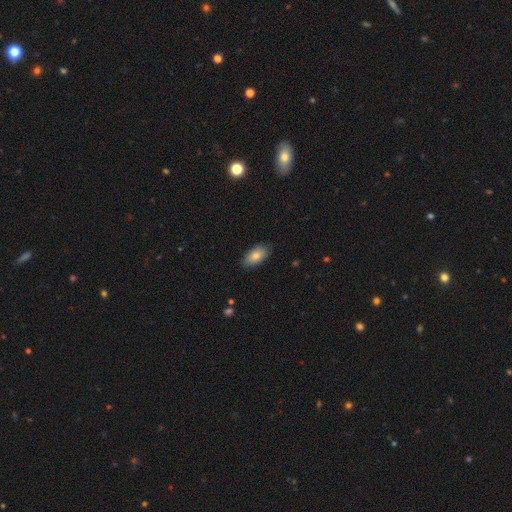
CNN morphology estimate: Smooth or featured?
  - smooth: 81% *
  - featured or disk: 12%
  - star or artifact: 7%
How rounded?
  - in between: 92% *
  - cigar-shaped: 5%
  - round: 4%
Merging?
  - none: 86% *
  - minor disturbance: 10%
  - major disturbance: 2%
  - merger: 1%